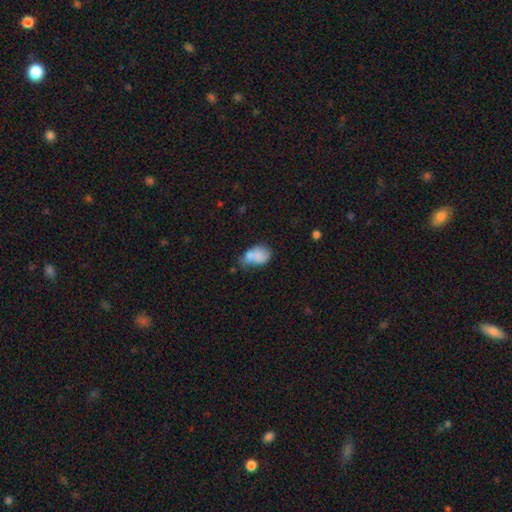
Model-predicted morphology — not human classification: smooth-or-featured: smooth: 72% | featured or disk: 19% | star or artifact: 9%
  how-rounded: in between: 76% | round: 23% | cigar-shaped: 1%
  merging: merger: 32% | none: 29% | minor disturbance: 27% | major disturbance: 13%